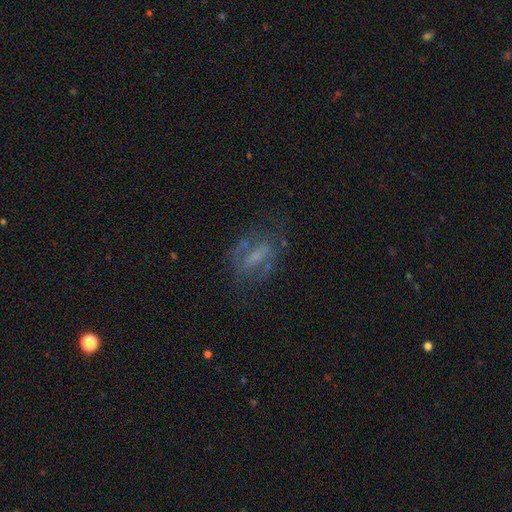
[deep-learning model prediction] smooth-or-featured: featured or disk: 59% | smooth: 27% | star or artifact: 13%
  disk-edge-on: no: 92% | yes: 8%
    bar: weak: 39% | no: 32% | strong: 29%
    has-spiral-arms: yes: 53% | no: 47%
    bulge-size: none: 37% | small: 35% | moderate: 22% | large: 4% | dominant: 1%
  merging: none: 56% | major disturbance: 22% | minor disturbance: 19% | merger: 3%